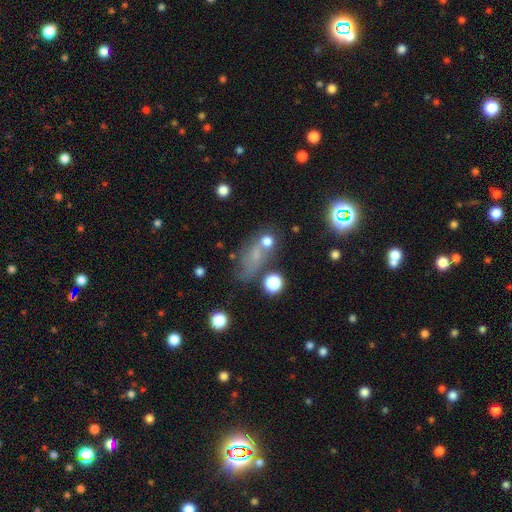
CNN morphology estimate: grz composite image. It shows a smooth galaxy with no disk features (51%) that is in between round and cigar-shaped (62%). Merging: none (51%).